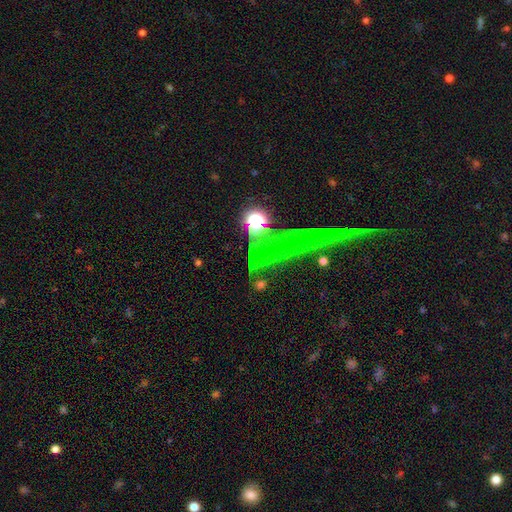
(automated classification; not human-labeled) A star or artifact, not a galaxy (67%).

Vote fractions:
- Smooth or featured? star or artifact: 67% / smooth: 21% / featured or disk: 12%